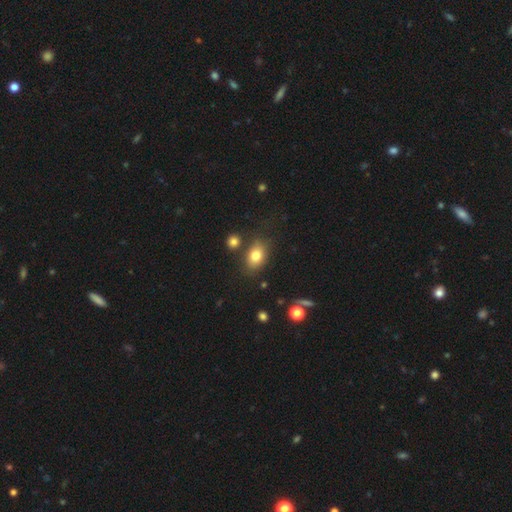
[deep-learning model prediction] A smooth galaxy with no disk features (78%) that is in between round and cigar-shaped (75%). Merging: none (74%).